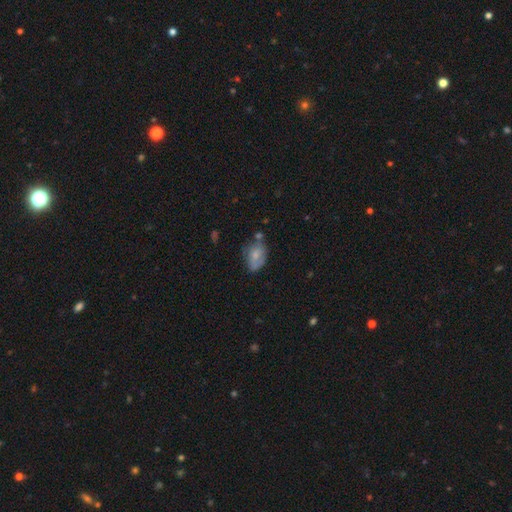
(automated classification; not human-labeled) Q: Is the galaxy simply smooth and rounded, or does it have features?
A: smooth — 65%.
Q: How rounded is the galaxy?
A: in between — 81%.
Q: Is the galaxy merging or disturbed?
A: none — 46%.